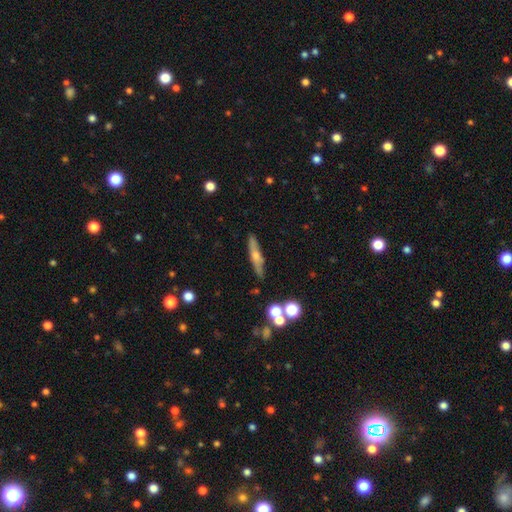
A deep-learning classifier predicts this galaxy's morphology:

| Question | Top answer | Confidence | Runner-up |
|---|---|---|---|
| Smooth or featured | featured or disk | 50% | smooth (41%) |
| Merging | none | 83% | minor disturbance (10%) |